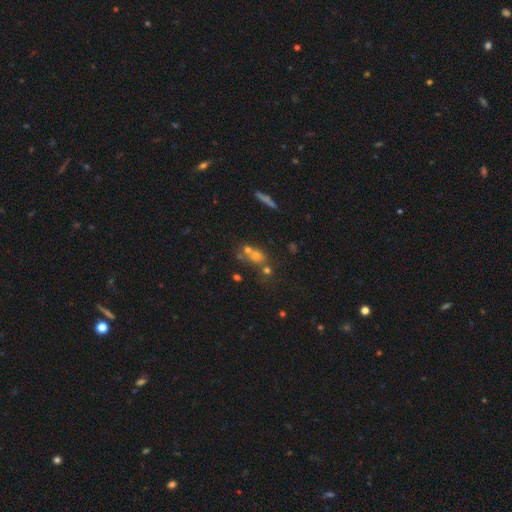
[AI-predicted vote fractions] Overall: smooth (50%; star or artifact 26%). How rounded: round (71%). Merging: merger (47%; none 39%).